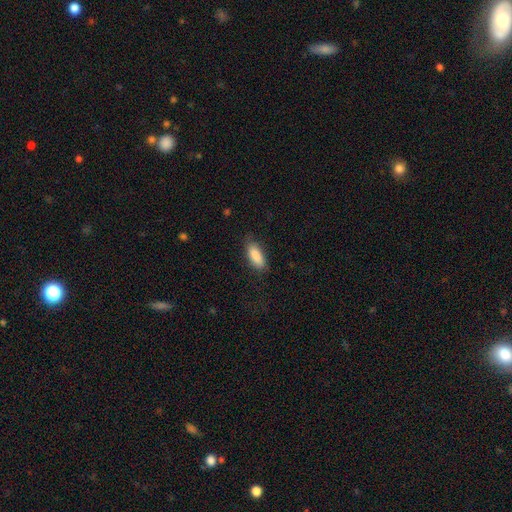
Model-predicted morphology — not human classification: Smooth or featured? Predicted: smooth (p=0.88). How rounded? Predicted: in between (p=0.78). Merging? Predicted: none (p=0.79).